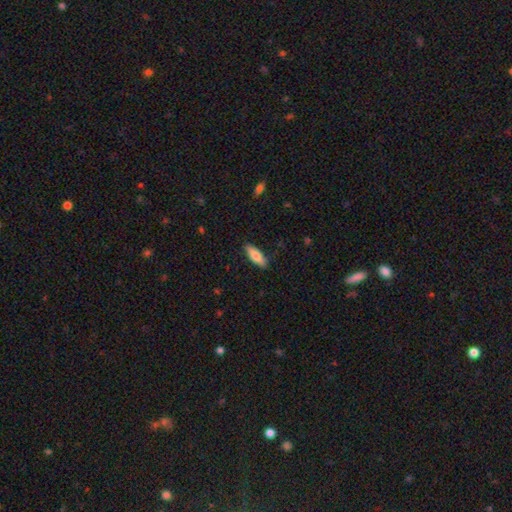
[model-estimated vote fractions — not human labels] smooth-or-featured: smooth: 77% | featured or disk: 18% | star or artifact: 6%
  how-rounded: in between: 54% | cigar-shaped: 45% | round: 2%
  merging: none: 88% | minor disturbance: 9% | major disturbance: 2% | merger: 1%